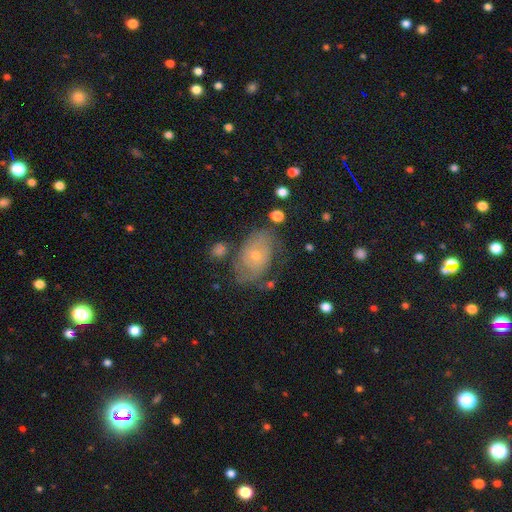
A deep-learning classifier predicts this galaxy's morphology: This appears to be a featured or disk galaxy (57%) with no bar (79%), spiral arms (70%) and a small central bulge (64%). Merging: none (52%).